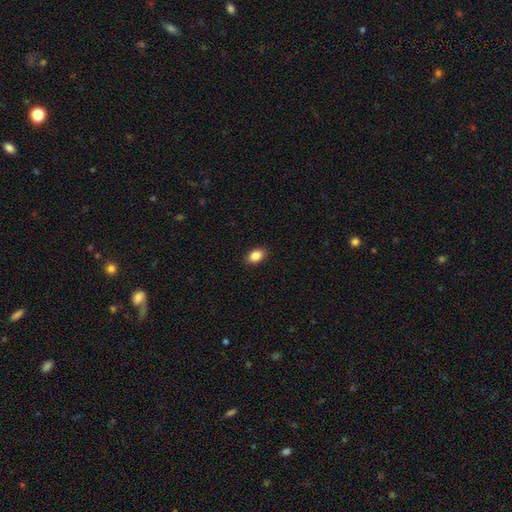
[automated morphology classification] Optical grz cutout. It shows a smooth galaxy with no disk features (87%) that is in between round and cigar-shaped (81%). Merging: none (89%).